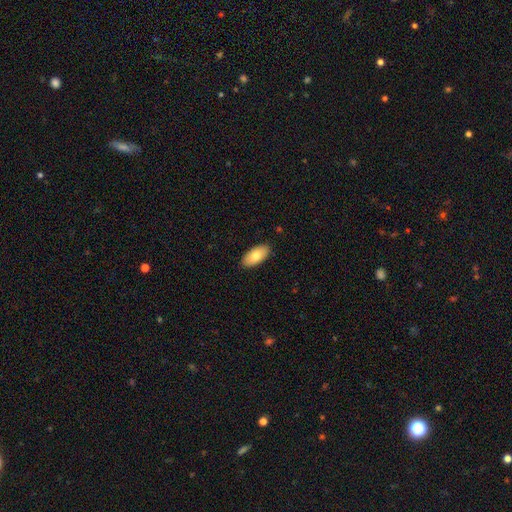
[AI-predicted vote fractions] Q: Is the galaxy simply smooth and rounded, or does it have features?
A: smooth — 78%.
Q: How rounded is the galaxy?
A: in between — 92%.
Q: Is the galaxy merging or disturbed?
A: none — 89%.